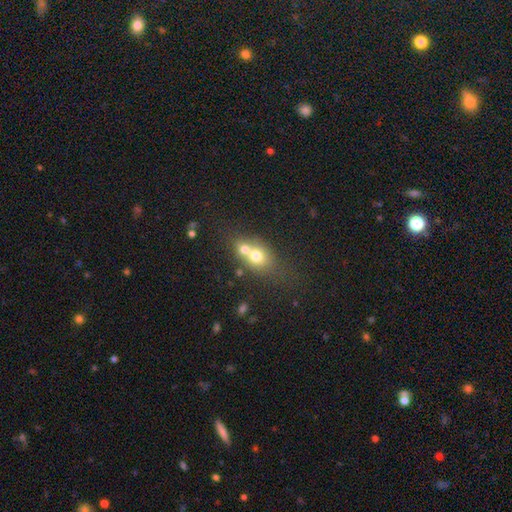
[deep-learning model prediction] Q: Smooth or featured?
A: smooth (66%); runner-up: featured or disk (22%)
Q: How rounded?
A: in between (50%); runner-up: round (47%)
Q: Merging?
A: merger (62%); runner-up: none (26%)